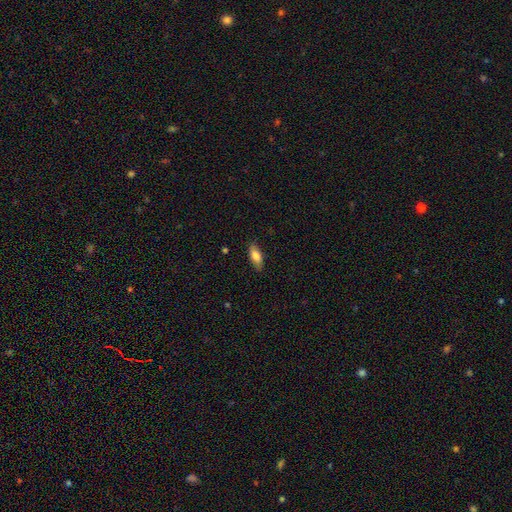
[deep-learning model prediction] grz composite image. It shows a smooth galaxy with no disk features (79%) that is in between round and cigar-shaped (75%). Merging: none (84%).